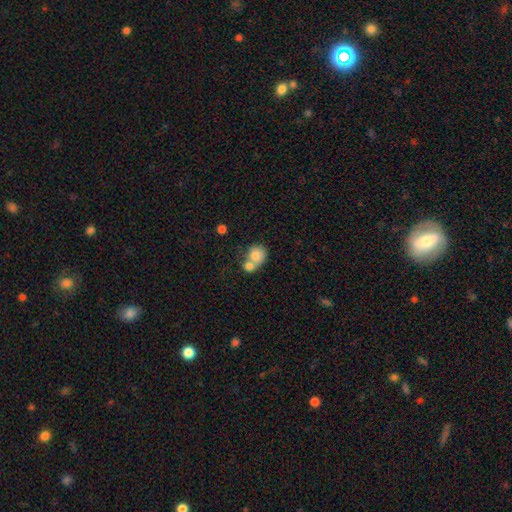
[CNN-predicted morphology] smooth 76%, featured or disk 16%, star or artifact 8%. Down the decision tree: how rounded — round (71%); merging — merger (63%).